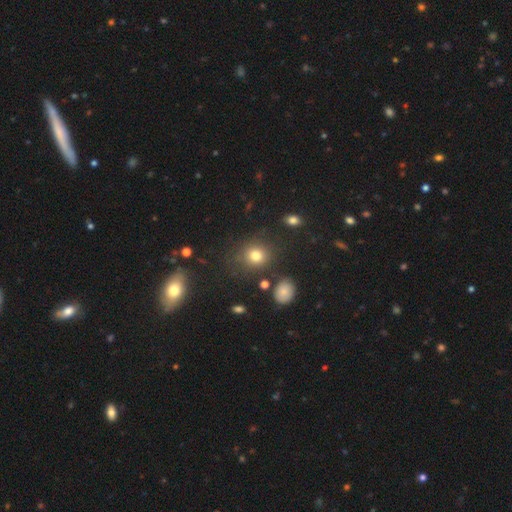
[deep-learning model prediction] This appears to be a smooth galaxy with no disk features (78%) that is round (82%). Merging: none (80%).